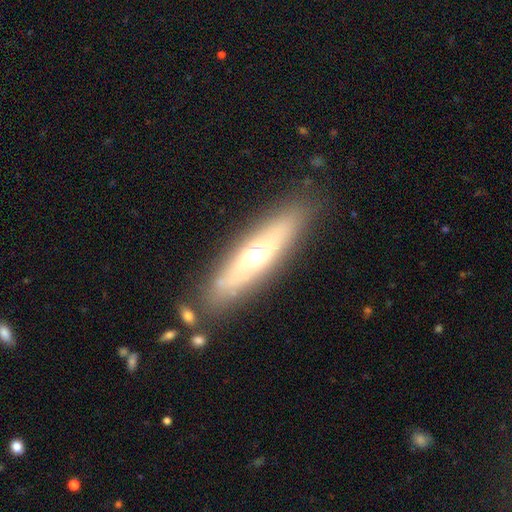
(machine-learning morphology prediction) smooth-or-featured: featured or disk: 52% | smooth: 41% | star or artifact: 7%
  disk-edge-on: yes: 61% | no: 39%
  merging: none: 81% | minor disturbance: 12% | major disturbance: 3% | merger: 3%